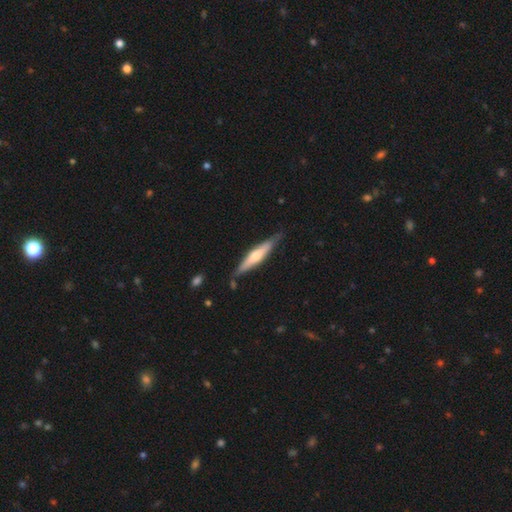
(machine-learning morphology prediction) Smooth or featured? featured or disk (56%)
Edge-on disk? yes (92%)
Edge-on bulge? rounded (83%)
Merging? none (79%)